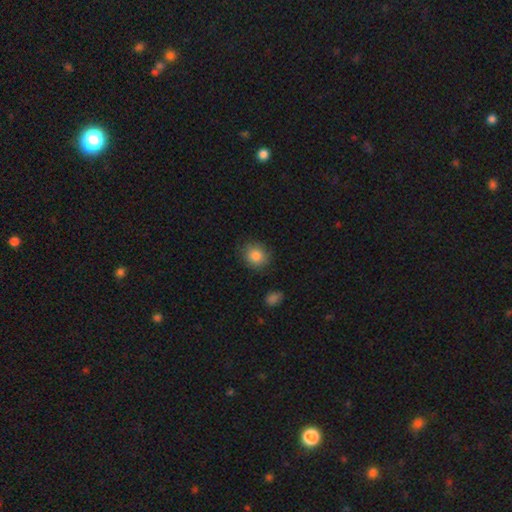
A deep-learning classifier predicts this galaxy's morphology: This is clearly a smooth galaxy (84%). How rounded: likely round (79%). Merging: clearly none (84%).